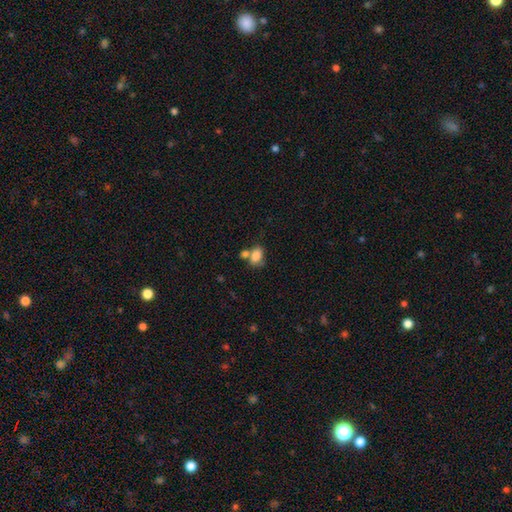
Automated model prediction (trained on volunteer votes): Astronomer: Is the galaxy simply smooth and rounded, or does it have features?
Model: smooth — 82%.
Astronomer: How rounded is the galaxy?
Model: in between — 82%.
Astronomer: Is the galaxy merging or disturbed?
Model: none — 40% (runner-up: merger, 39%).